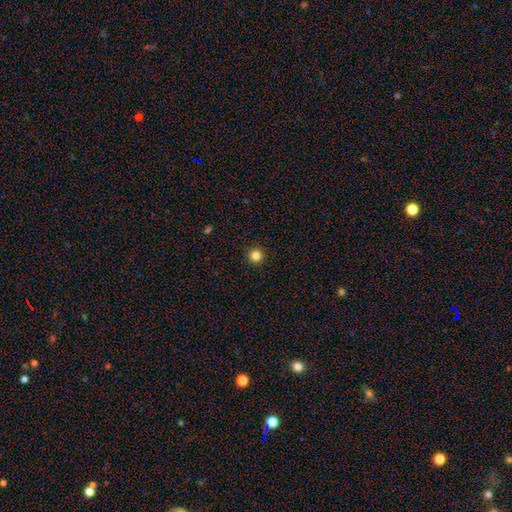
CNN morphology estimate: Q: Smooth or featured?
A: smooth (83%); runner-up: star or artifact (13%)
Q: How rounded?
A: round (97%); runner-up: in between (3%)
Q: Merging?
A: none (94%); runner-up: minor disturbance (4%)